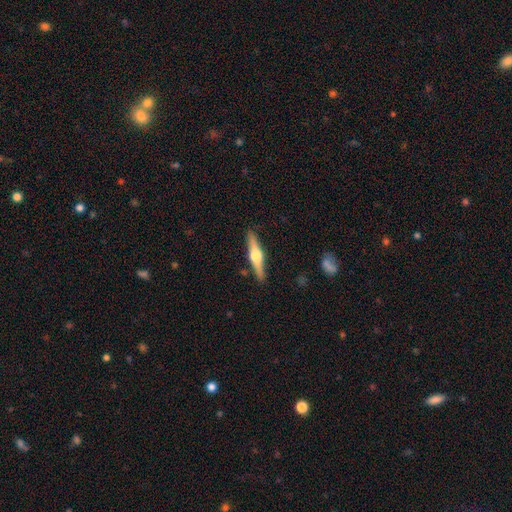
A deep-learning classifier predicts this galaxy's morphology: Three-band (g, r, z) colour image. It shows a featured or disk galaxy (72%) viewed edge-on (98%) with a rounded central bulge (95%). Merging: none (90%).